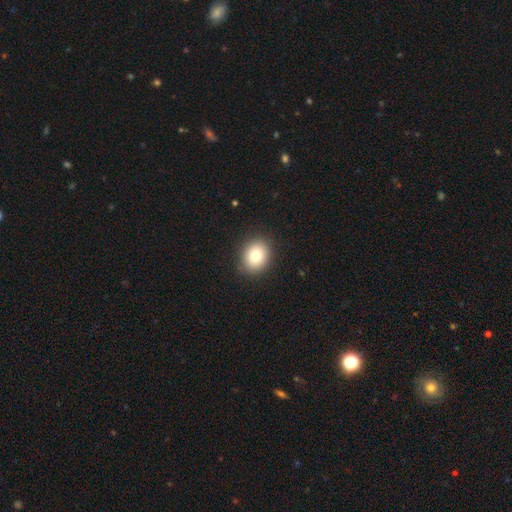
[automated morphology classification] Q: Smooth or featured?
A: smooth (80%); runner-up: featured or disk (10%)
Q: How rounded?
A: round (62%); runner-up: in between (38%)
Q: Merging?
A: none (89%); runner-up: minor disturbance (8%)